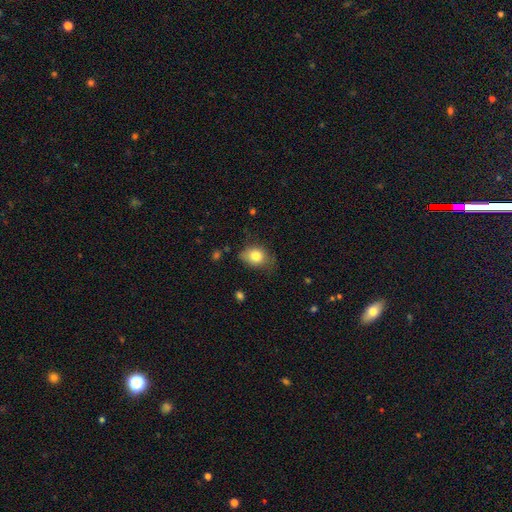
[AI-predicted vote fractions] The model was most divided on "how rounded": in between: 59%, round: 40%, cigar-shaped: 1%. More confident: smooth or featured — smooth (80%); merging — none (59%).